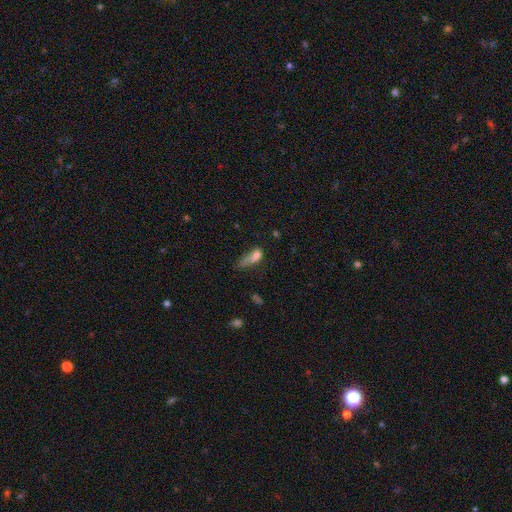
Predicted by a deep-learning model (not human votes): Smooth or featured?
  - smooth: 70% *
  - featured or disk: 17%
  - star or artifact: 13%
How rounded?
  - in between: 69% *
  - cigar-shaped: 23%
  - round: 8%
Merging?
  - major disturbance: 40% *
  - minor disturbance: 25%
  - none: 20%
  - merger: 14%